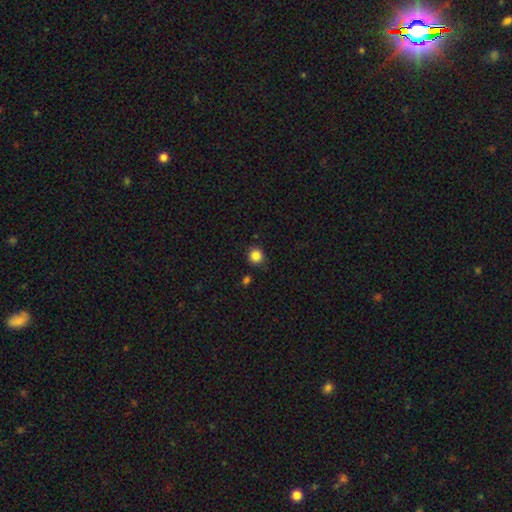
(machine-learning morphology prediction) smooth-or-featured: smooth: 86% | star or artifact: 11% | featured or disk: 4%
  how-rounded: round: 92% | in between: 7% | cigar-shaped: 1%
  merging: none: 87% | minor disturbance: 8% | merger: 2% | major disturbance: 2%